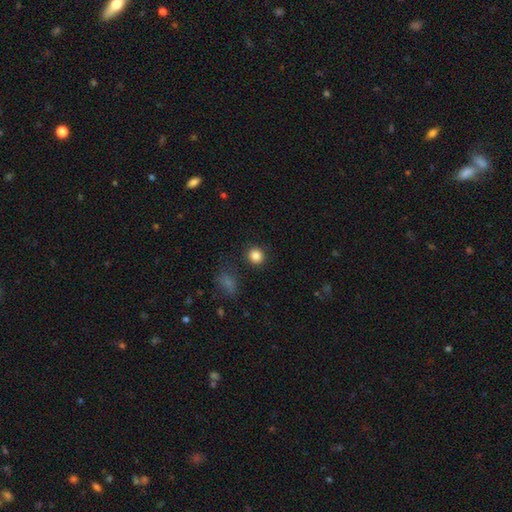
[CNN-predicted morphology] Smooth or featured? smooth (85%)
How rounded? round (84%)
Merging? none (89%)